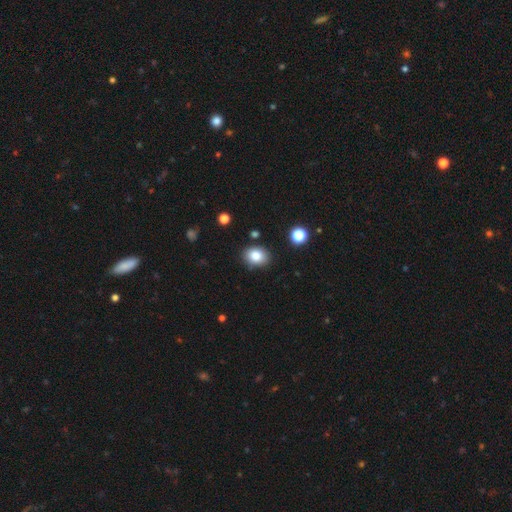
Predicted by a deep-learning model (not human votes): This appears to be a smooth galaxy with no disk features (83%) that is in between round and cigar-shaped (50%). Merging: none (84%).